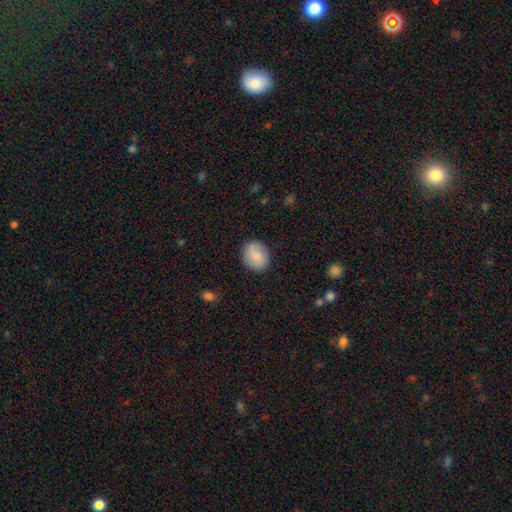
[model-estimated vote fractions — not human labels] Morphology: type=smooth (85%); roundness=round (59%); merging=none (87%).